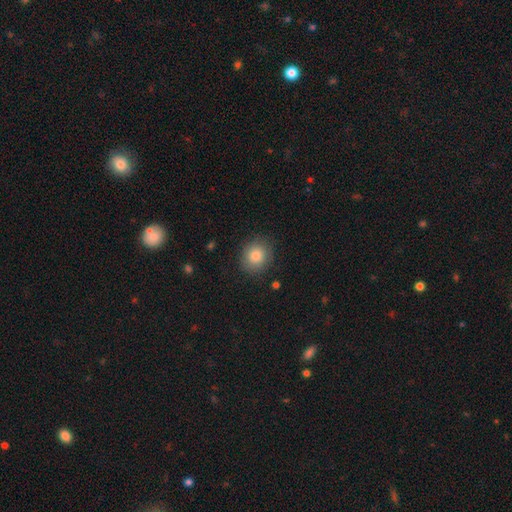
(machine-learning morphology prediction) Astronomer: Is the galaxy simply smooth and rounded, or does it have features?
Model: smooth — 83%.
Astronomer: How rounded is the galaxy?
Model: round — 77%.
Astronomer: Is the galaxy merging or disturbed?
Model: none — 85%.